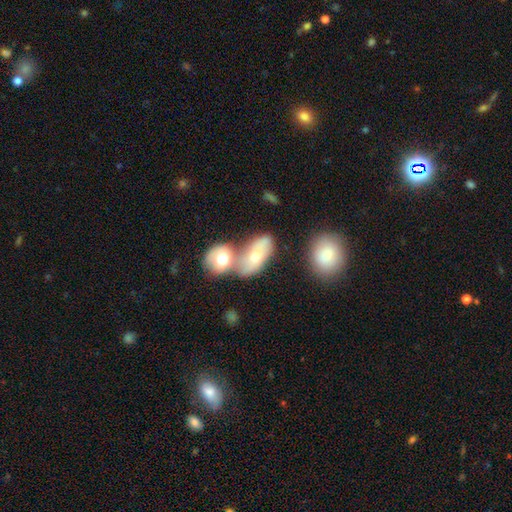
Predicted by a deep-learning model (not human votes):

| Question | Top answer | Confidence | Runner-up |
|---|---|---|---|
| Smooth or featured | smooth | 62% | featured or disk (29%) |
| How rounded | in between | 81% | round (14%) |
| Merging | merger | 64% | none (21%) |